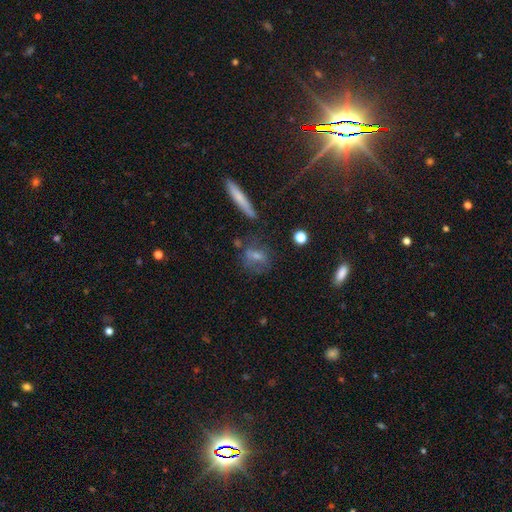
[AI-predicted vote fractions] smooth_or_featured: smooth (p=0.43) [alt: featured or disk p=0.36]
merging: none (p=0.67) [alt: minor disturbance p=0.18]